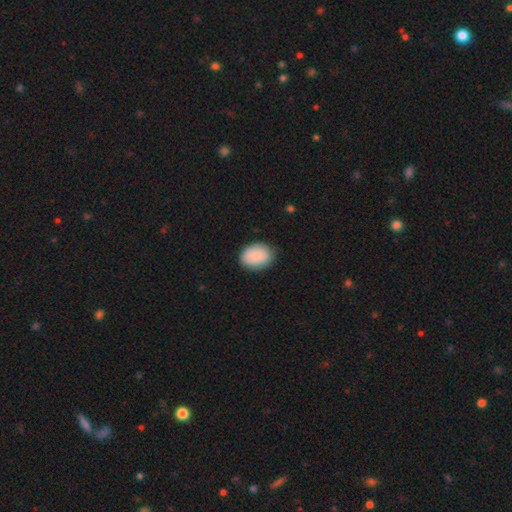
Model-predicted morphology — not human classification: Smooth or featured: smooth — 87% (featured or disk — 7%)
How rounded: in between — 72% (round — 27%)
Merging: none — 82% (minor disturbance — 14%)